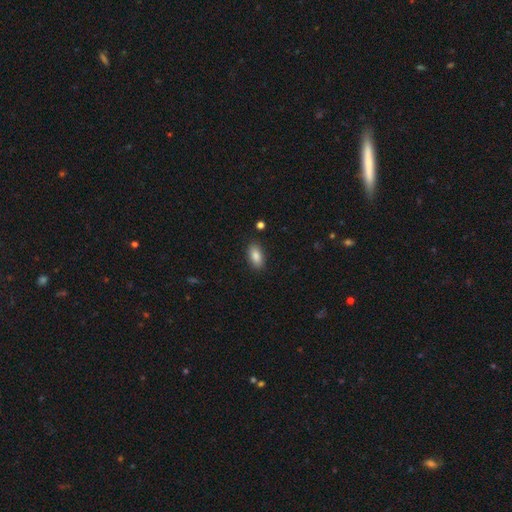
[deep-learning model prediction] Q: Smooth or featured?
A: smooth (87%); runner-up: star or artifact (7%)
Q: How rounded?
A: in between (91%); runner-up: cigar-shaped (5%)
Q: Merging?
A: none (87%); runner-up: minor disturbance (9%)